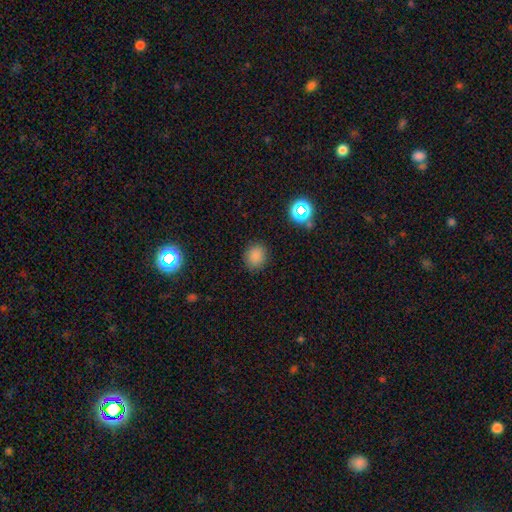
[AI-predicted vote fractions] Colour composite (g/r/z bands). It shows a smooth galaxy with no disk features (82%) that is round (76%). Merging: none (87%).